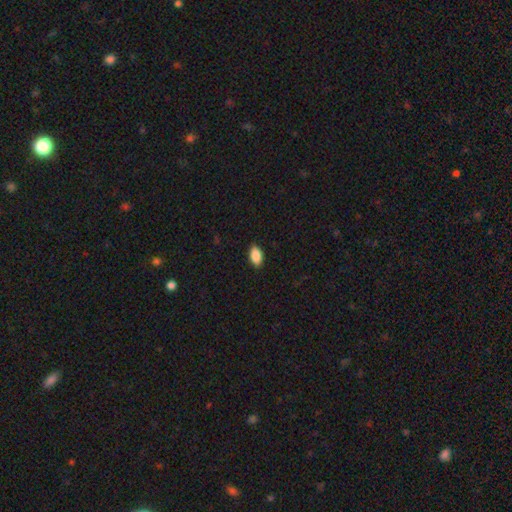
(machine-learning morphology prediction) Smooth or featured? smooth (88%)
How rounded? in between (93%)
Merging? none (89%)